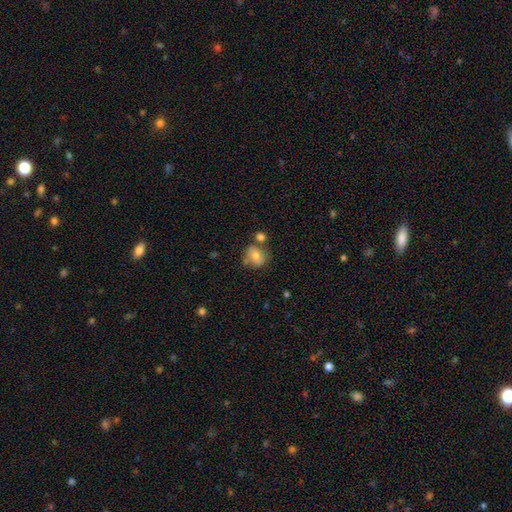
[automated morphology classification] Overall: smooth (71%). How rounded: round (61%; in between 37%). Merging: none (56%; merger 21%).